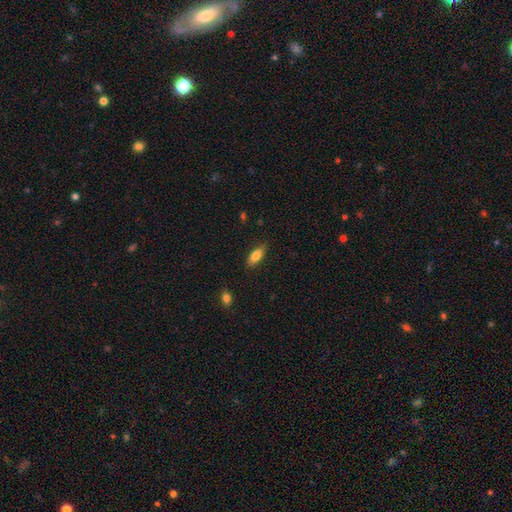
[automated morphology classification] smooth_or_featured: smooth (p=0.80) [alt: featured or disk p=0.13]
how_rounded: in between (p=0.77) [alt: cigar-shaped p=0.20]
merging: none (p=0.85) [alt: minor disturbance p=0.12]